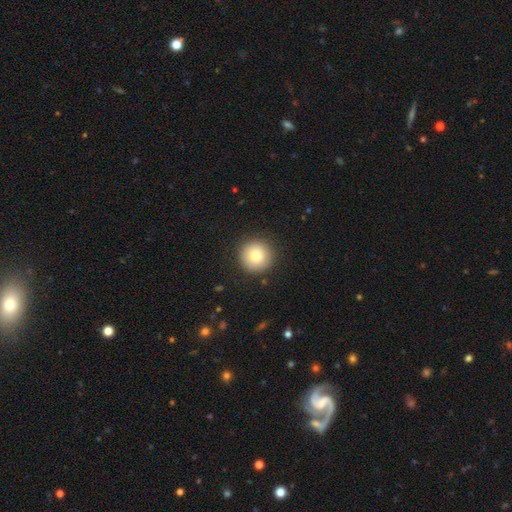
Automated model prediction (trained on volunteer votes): Q: Smooth or featured?
A: smooth (81%); runner-up: featured or disk (10%)
Q: How rounded?
A: round (96%); runner-up: in between (3%)
Q: Merging?
A: none (90%); runner-up: minor disturbance (7%)